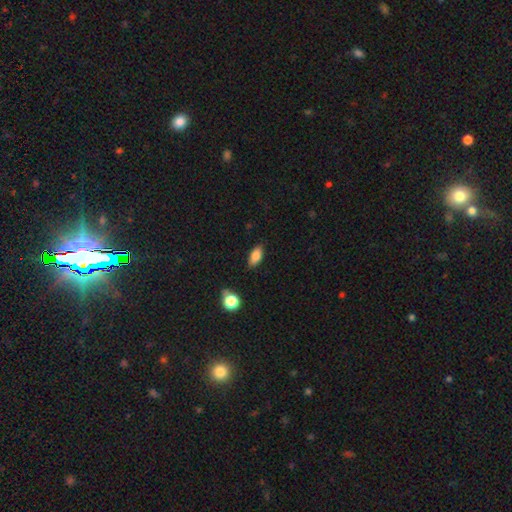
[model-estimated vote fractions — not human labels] Smooth or featured? Predicted: smooth (p=0.83). How rounded? Predicted: in between (p=0.87). Merging? Predicted: none (p=0.82).